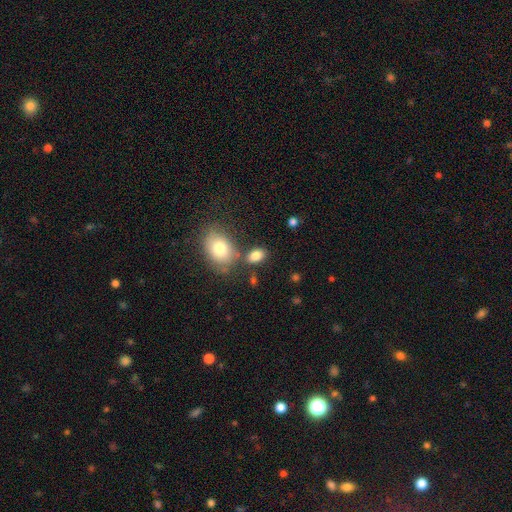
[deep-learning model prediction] This appears to be a smooth galaxy with no disk features (83%) that is in between round and cigar-shaped (84%). Merging: none (68%).